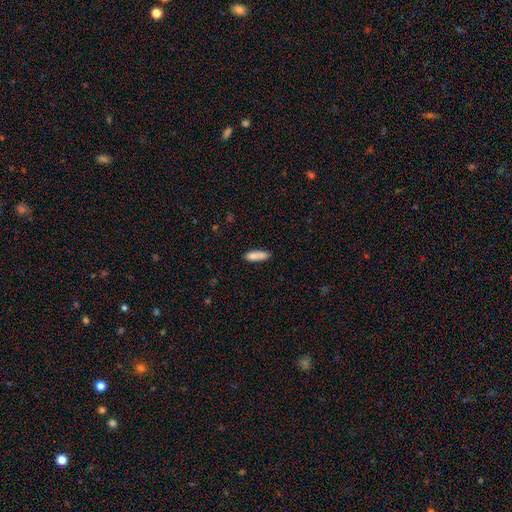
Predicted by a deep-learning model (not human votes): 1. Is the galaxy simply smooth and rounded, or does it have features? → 85% smooth, 8% featured or disk, 7% star or artifact.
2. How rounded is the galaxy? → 50% cigar-shaped, 49% in between, 2% round.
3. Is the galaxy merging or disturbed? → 76% none, 17% minor disturbance, 4% merger, 3% major disturbance.